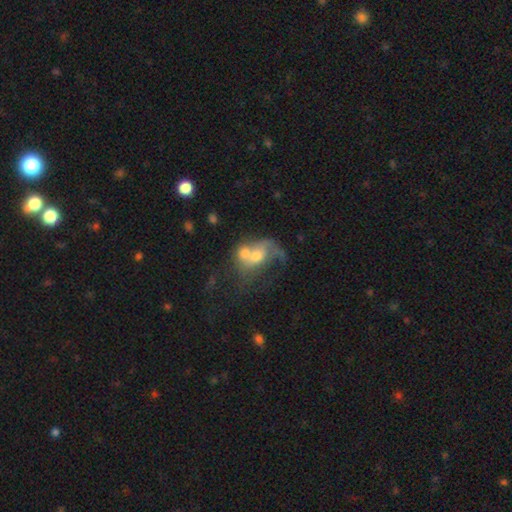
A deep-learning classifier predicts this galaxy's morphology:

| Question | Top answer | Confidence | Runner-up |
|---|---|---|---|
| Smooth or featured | featured or disk | 47% | smooth (43%) |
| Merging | merger | 64% | major disturbance (17%) |